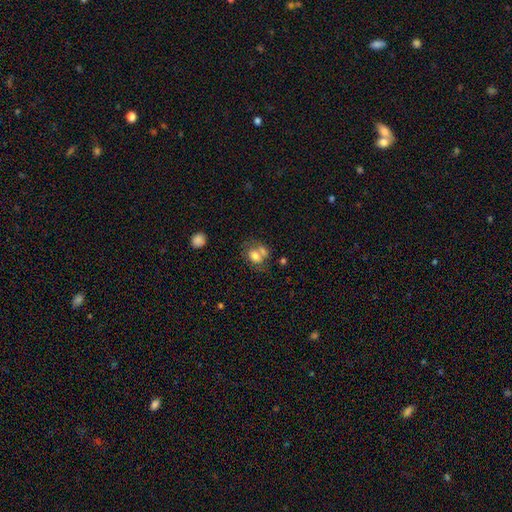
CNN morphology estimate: Overall: smooth (67%). How rounded: in between (61%; round 38%). Merging: merger (44%; none 33%).